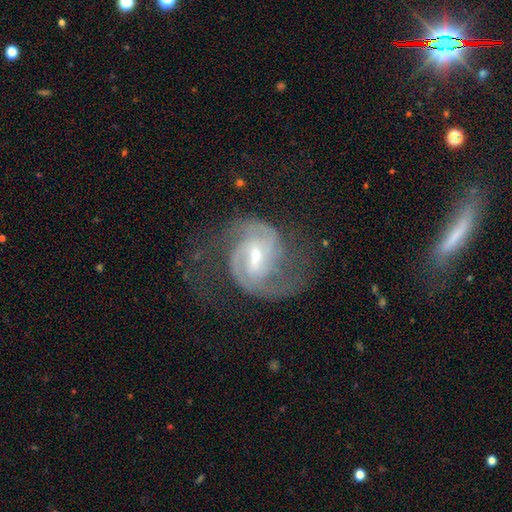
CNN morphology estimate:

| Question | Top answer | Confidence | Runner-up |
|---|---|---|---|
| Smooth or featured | featured or disk | 90% | star or artifact (5%) |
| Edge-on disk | no | 98% | yes (2%) |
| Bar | weak | 50% | strong (31%) |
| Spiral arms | yes | 98% | no (2%) |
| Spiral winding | medium | 53% | tight (31%) |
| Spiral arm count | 2 | 79% | 3 (7%) |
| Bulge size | small | 57% | moderate (39%) |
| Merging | none | 60% | major disturbance (20%) |